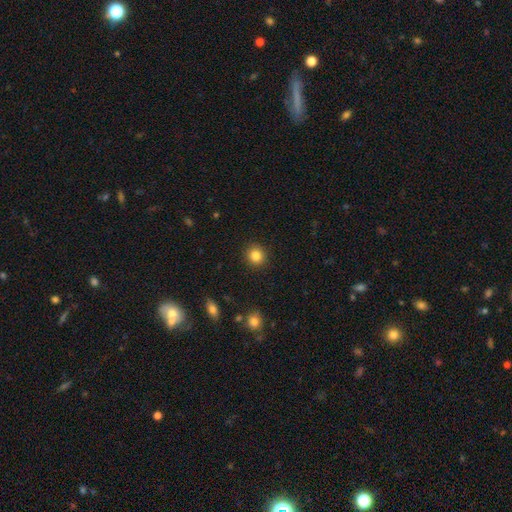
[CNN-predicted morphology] Smooth or featured? smooth (84%)
How rounded? round (89%)
Merging? none (91%)